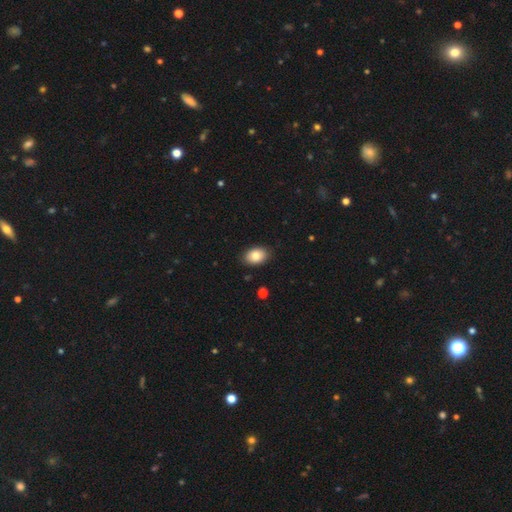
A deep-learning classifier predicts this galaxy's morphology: The model was most divided on "how rounded": in between: 85%, round: 13%, cigar-shaped: 1%. More confident: merging — none (87%); smooth or featured — smooth (85%).